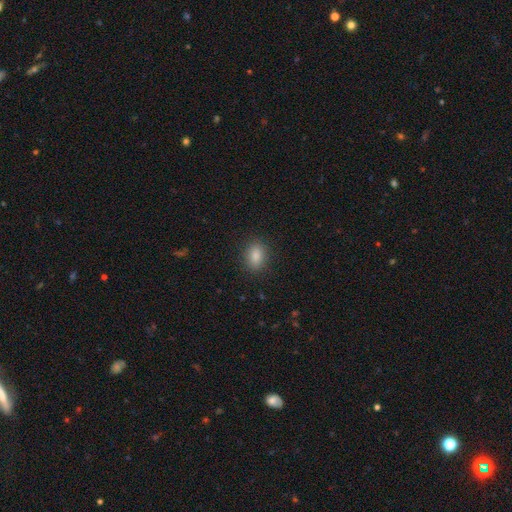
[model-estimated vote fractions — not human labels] Q: Smooth or featured?
A: smooth (86%); runner-up: star or artifact (9%)
Q: How rounded?
A: in between (76%); runner-up: round (22%)
Q: Merging?
A: none (88%); runner-up: minor disturbance (8%)